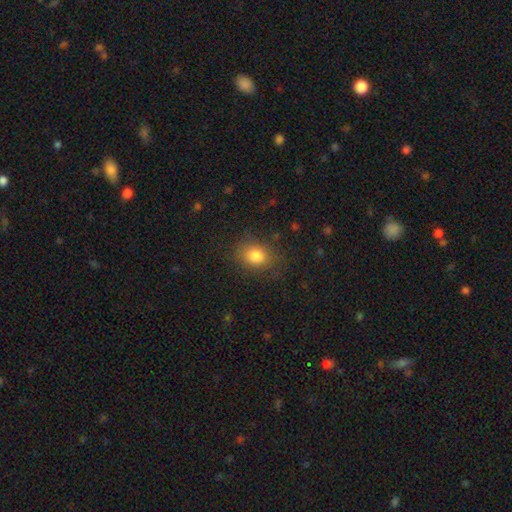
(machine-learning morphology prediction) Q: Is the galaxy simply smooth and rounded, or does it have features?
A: smooth — 82%.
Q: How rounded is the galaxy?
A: in between — 56%.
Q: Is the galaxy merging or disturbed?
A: none — 78%.